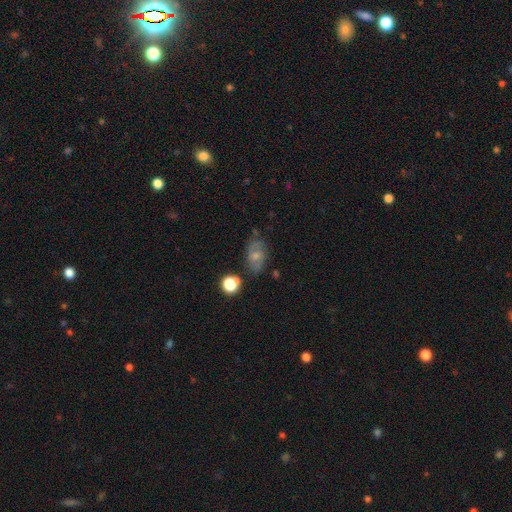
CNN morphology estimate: A smooth galaxy with no disk features (45%). Merging: none (58%).